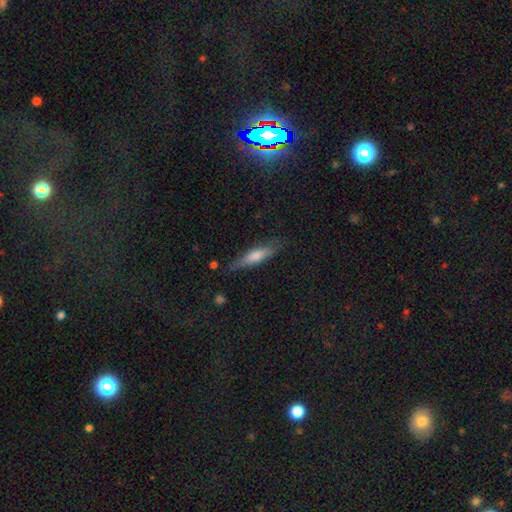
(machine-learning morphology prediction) This is possibly a smooth galaxy (58%). How rounded: likely cigar-shaped (78%). Merging: likely none (79%).